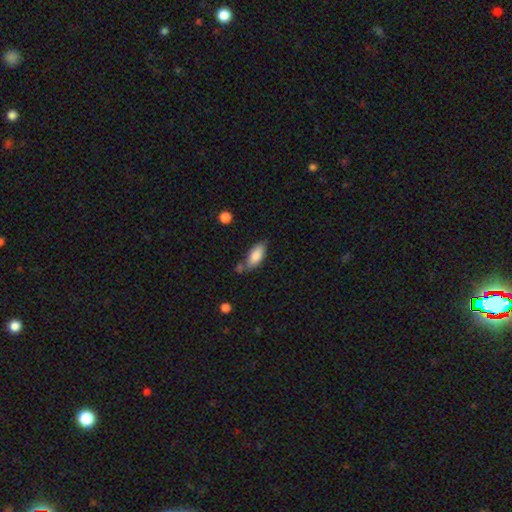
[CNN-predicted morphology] smooth_or_featured: smooth (p=0.84) [alt: featured or disk p=0.09]
how_rounded: in between (p=0.83) [alt: cigar-shaped p=0.15]
merging: none (p=0.60) [alt: minor disturbance p=0.21]